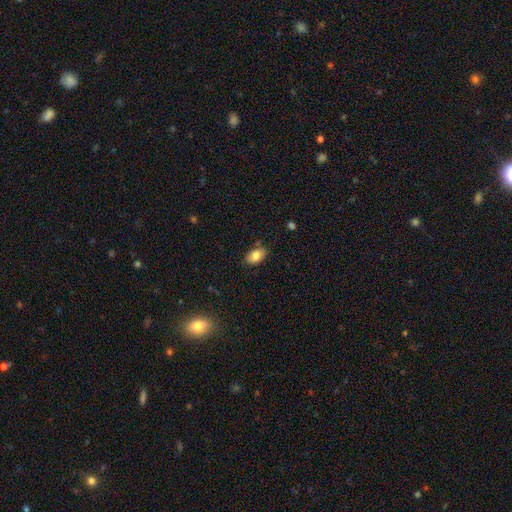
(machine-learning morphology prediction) Overall: smooth (83%). How rounded: in between (89%). Merging: none (79%).